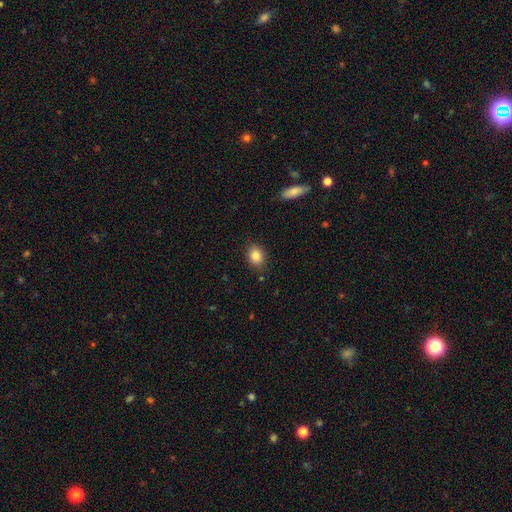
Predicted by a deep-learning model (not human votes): A smooth galaxy with no disk features (85%) that is in between round and cigar-shaped (64%).

Vote fractions:
- Smooth or featured? smooth: 85% / star or artifact: 9% / featured or disk: 6%
- How rounded? in between: 64% / round: 35% / cigar-shaped: 1%
- Merging? none: 85% / minor disturbance: 11% / major disturbance: 3% / merger: 2%